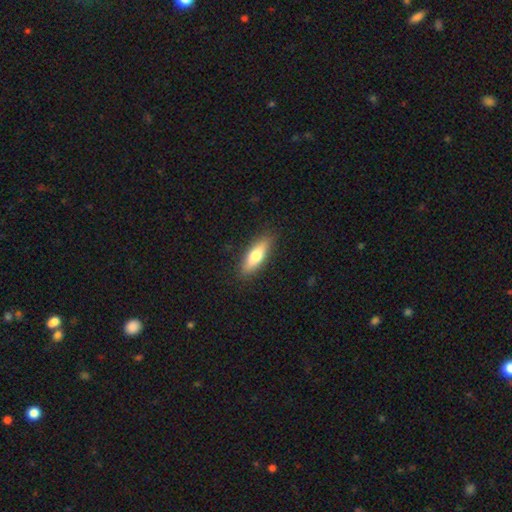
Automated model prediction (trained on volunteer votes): This appears to be a smooth galaxy with no disk features (68%) that is in between round and cigar-shaped (51%). Merging: none (88%).